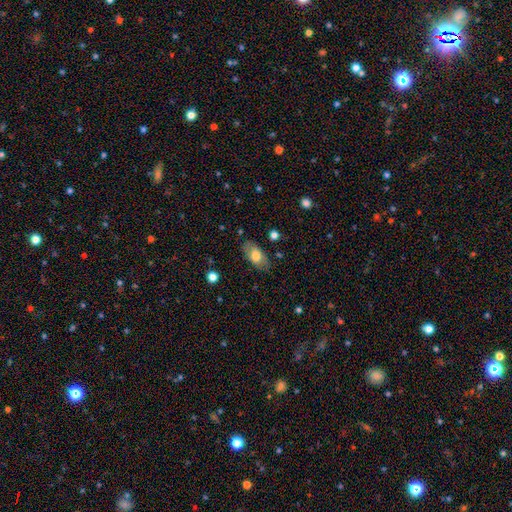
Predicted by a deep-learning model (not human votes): This is likely a smooth galaxy (67%). How rounded: clearly in between (91%). Merging: likely none (80%).